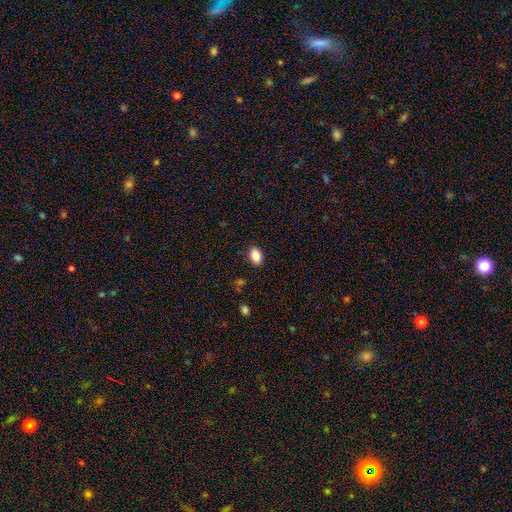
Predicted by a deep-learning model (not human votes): Smooth or featured?
  - smooth: 87% *
  - star or artifact: 8%
  - featured or disk: 5%
How rounded?
  - in between: 87% *
  - round: 12%
  - cigar-shaped: 1%
Merging?
  - none: 88% *
  - minor disturbance: 9%
  - major disturbance: 2%
  - merger: 1%